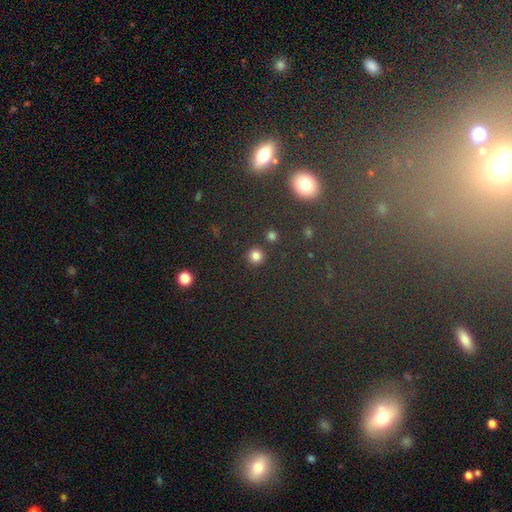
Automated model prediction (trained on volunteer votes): The model was most divided on "smooth or featured": smooth: 81%, star or artifact: 14%, featured or disk: 4%. More confident: how rounded — round (94%); merging — none (89%).